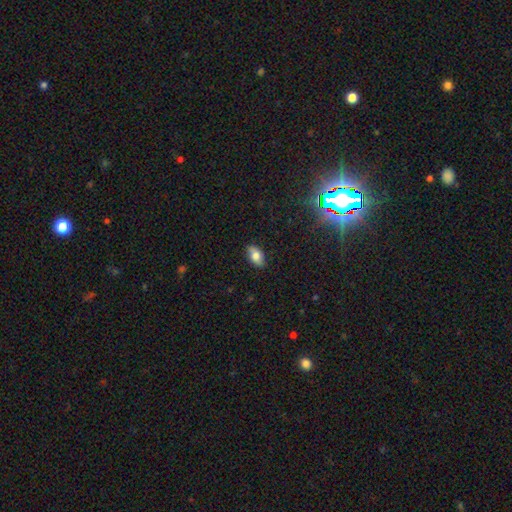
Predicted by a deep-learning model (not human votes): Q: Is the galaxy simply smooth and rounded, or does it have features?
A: smooth — 75%.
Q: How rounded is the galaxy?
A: in between — 90%.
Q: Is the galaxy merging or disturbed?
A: none — 86%.